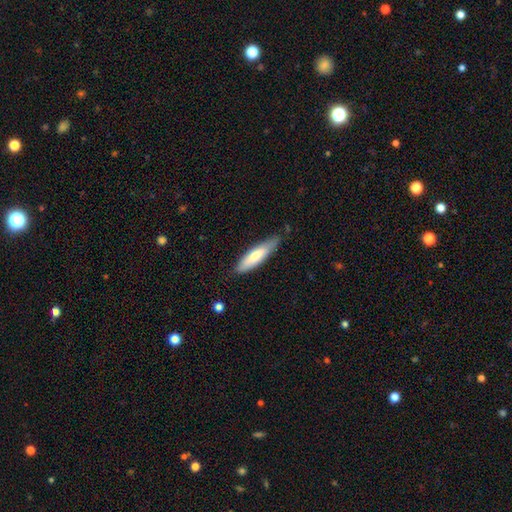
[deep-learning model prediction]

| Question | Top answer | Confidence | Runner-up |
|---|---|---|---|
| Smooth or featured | smooth | 72% | featured or disk (22%) |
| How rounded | cigar-shaped | 68% | in between (30%) |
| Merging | none | 76% | minor disturbance (20%) |